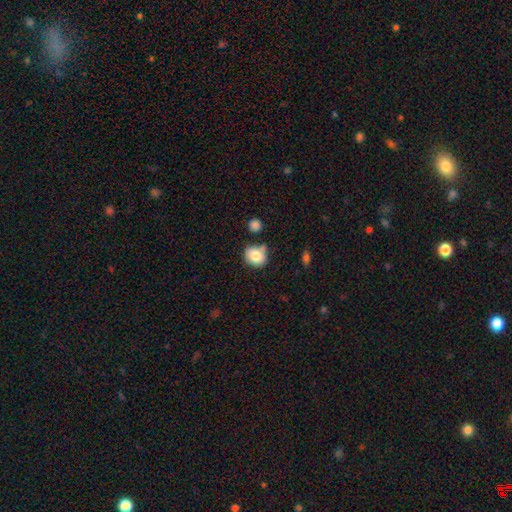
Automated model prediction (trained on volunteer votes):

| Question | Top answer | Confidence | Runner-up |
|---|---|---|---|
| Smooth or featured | smooth | 81% | featured or disk (11%) |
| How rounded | round | 73% | in between (26%) |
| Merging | none | 63% | minor disturbance (20%) |